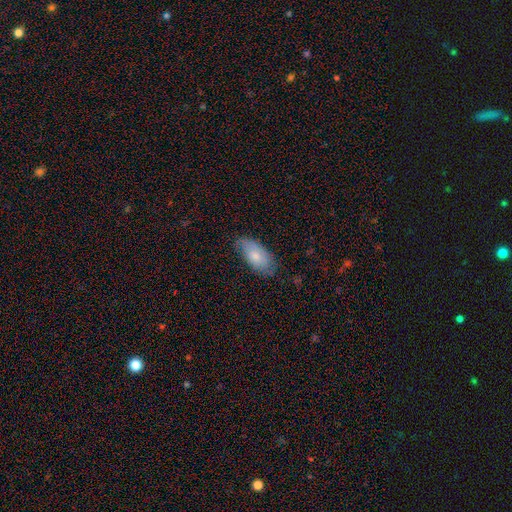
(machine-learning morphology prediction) Smooth or featured? Predicted: smooth (p=0.72). How rounded? Predicted: in between (p=0.93). Merging? Predicted: none (p=0.69).